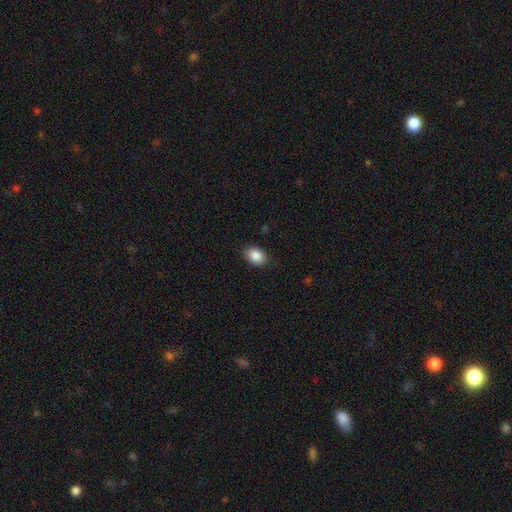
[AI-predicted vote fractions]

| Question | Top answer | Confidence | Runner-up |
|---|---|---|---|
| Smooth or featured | smooth | 89% | star or artifact (8%) |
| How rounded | in between | 79% | round (20%) |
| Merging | none | 86% | minor disturbance (10%) |